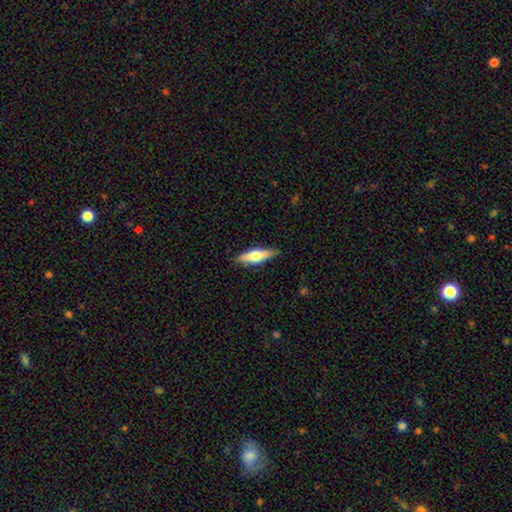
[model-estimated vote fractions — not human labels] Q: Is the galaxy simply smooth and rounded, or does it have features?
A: smooth — 51%.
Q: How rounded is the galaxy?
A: cigar-shaped — 60%.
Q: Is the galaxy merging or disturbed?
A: none — 87%.